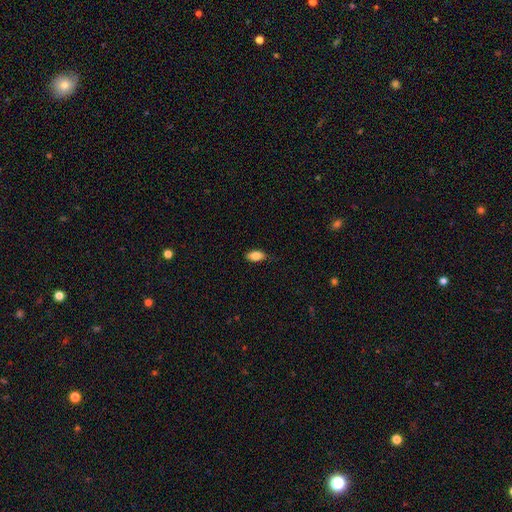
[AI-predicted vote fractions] Smooth or featured? Predicted: smooth (p=0.85). How rounded? Predicted: in between (p=0.91). Merging? Predicted: none (p=0.79).